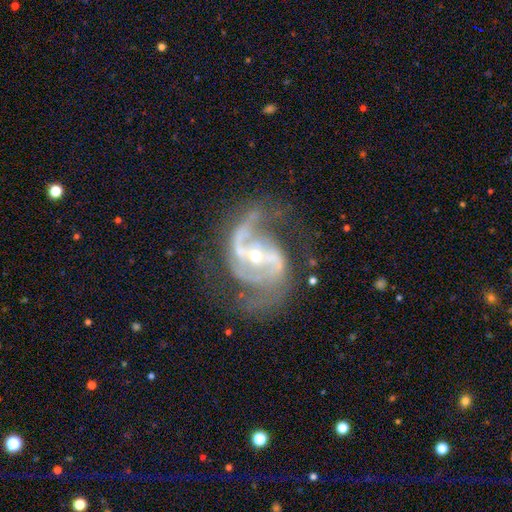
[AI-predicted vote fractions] This appears to be a featured or disk galaxy (91%) with a strong bar (40%), 2 (78%) medium (56%) spiral arms (97%) and a small central bulge (59%). Merging: none (59%).